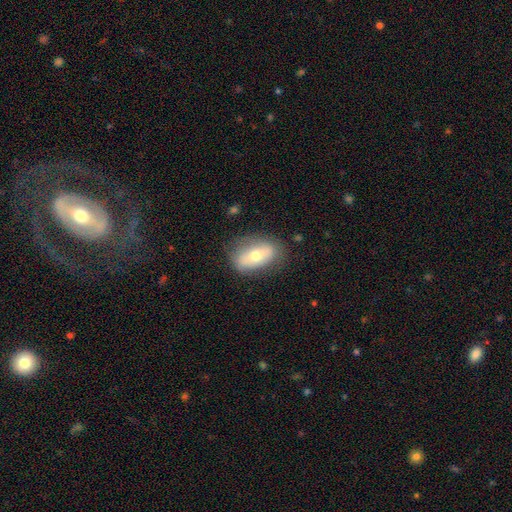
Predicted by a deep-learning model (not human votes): Smooth or featured: smooth — 60% (featured or disk — 33%)
How rounded: in between — 87% (round — 9%)
Merging: none — 73% (minor disturbance — 19%)